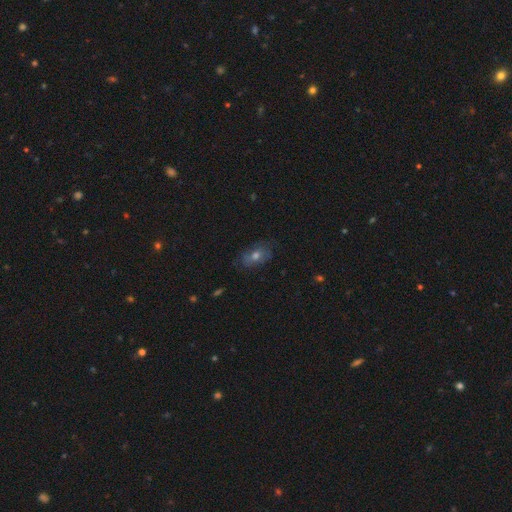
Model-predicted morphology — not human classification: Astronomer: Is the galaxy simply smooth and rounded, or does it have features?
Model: smooth — 49% (runner-up: featured or disk, 34%).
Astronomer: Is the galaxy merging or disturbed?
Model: none — 72%.